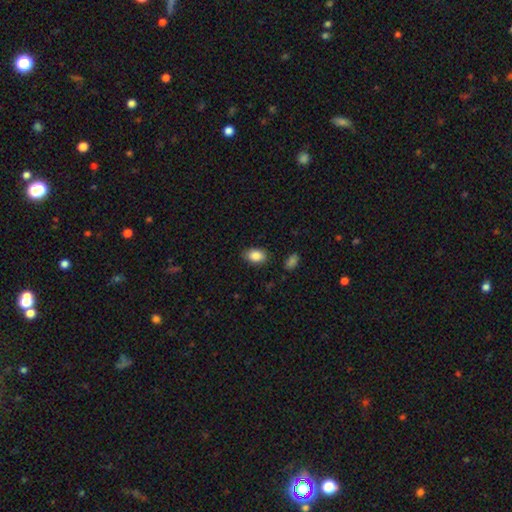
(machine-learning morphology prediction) type=smooth (88%); roundness=in between (86%); merging=none (83%).